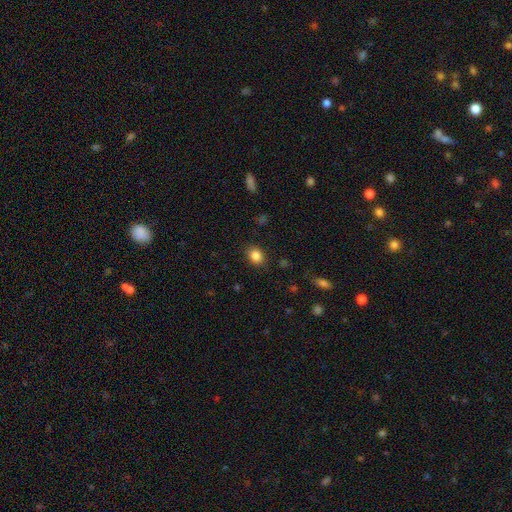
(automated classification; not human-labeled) A smooth galaxy with no disk features (85%) that is in between round and cigar-shaped (50%).

Vote fractions:
- Smooth or featured? smooth: 85% / star or artifact: 10% / featured or disk: 5%
- How rounded? in between: 50% / round: 49% / cigar-shaped: 1%
- Merging? none: 86% / minor disturbance: 10% / major disturbance: 3% / merger: 1%